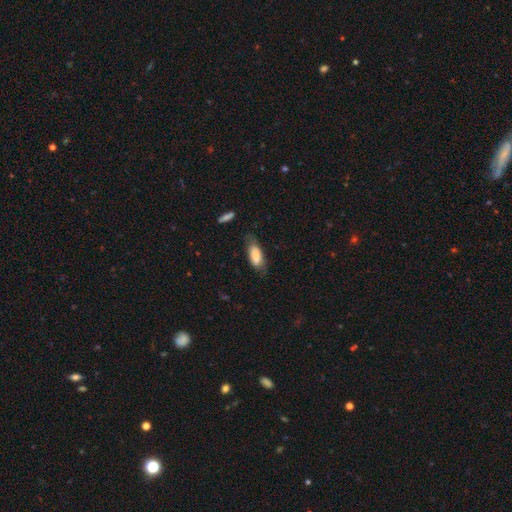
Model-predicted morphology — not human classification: A smooth galaxy with no disk features (79%) that is in between round and cigar-shaped (77%). Merging: none (59%).